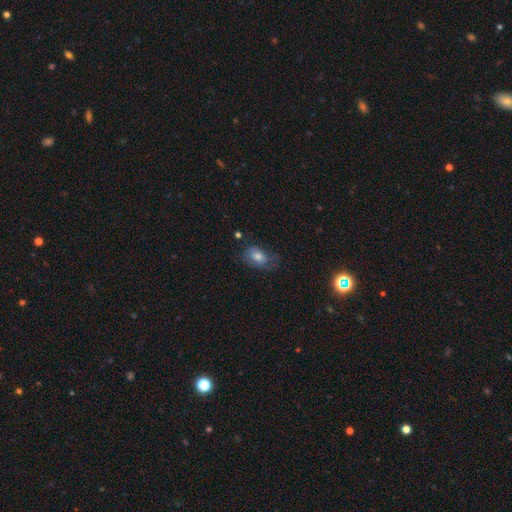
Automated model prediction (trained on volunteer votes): This is possibly a smooth galaxy (54%). How rounded: likely in between (77%). Merging: possibly none (59%).